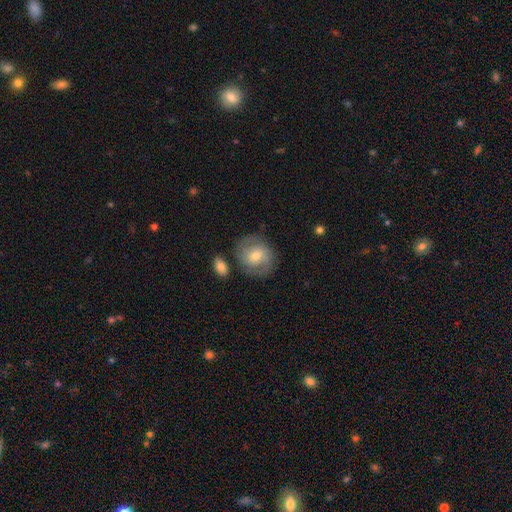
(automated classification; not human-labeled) This appears to be a featured or disk galaxy (61%) with no bar (52%), 2 (74%) tight (43%) spiral arms (87%) and a moderate central bulge (59%). Merging: none (75%).